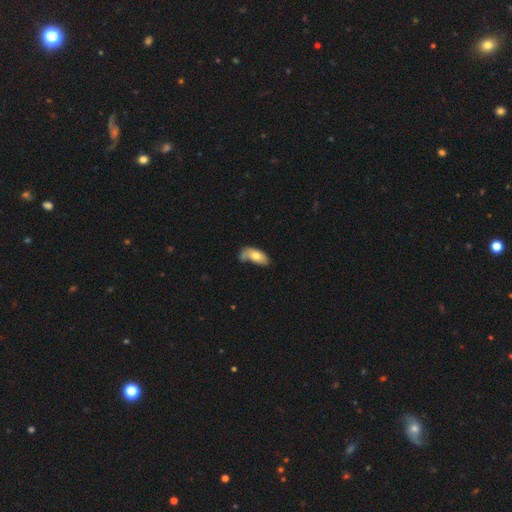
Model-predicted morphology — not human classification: This is likely a smooth galaxy (68%). How rounded: clearly in between (89%). Merging: marginally none (38%).